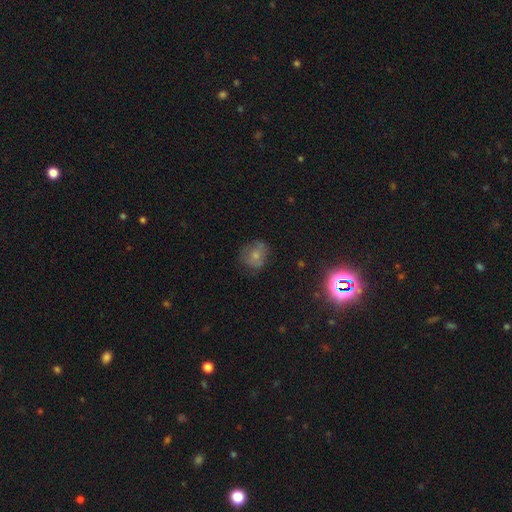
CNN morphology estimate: A smooth galaxy with no disk features (63%) that is round (73%). Merging: none (63%).